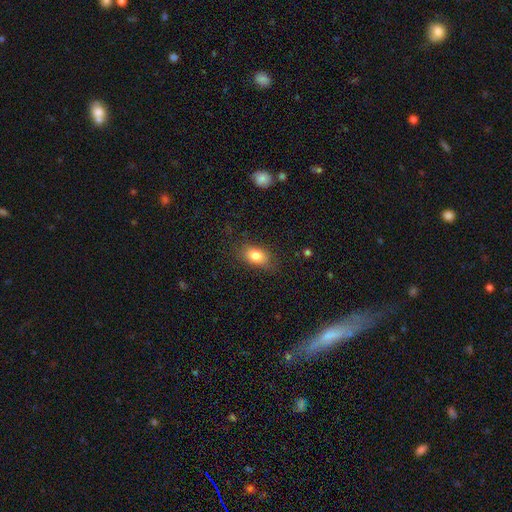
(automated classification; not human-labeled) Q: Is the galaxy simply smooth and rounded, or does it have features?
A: smooth — 82%.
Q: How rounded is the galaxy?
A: in between — 82%.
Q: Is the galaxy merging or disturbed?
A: none — 79%.